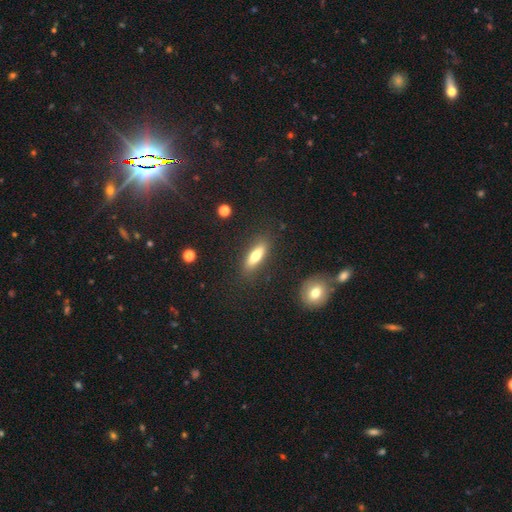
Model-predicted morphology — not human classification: smooth_or_featured: smooth (p=0.66) [alt: featured or disk p=0.27]
how_rounded: cigar-shaped (p=0.54) [alt: in between p=0.44]
merging: none (p=0.84) [alt: minor disturbance p=0.11]